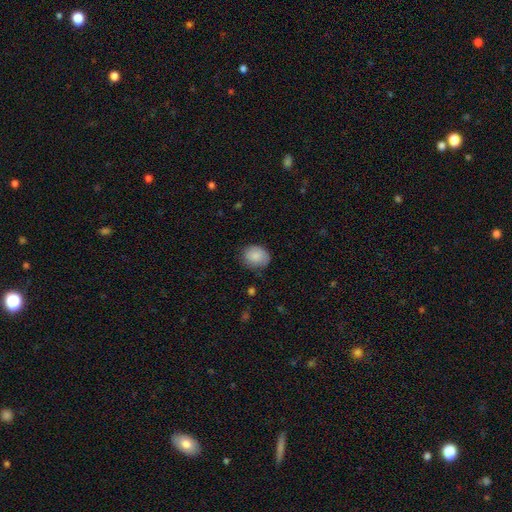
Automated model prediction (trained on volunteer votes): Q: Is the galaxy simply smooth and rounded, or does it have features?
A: smooth — 85%.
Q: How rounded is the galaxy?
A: round — 59%.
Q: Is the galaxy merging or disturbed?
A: none — 73%.